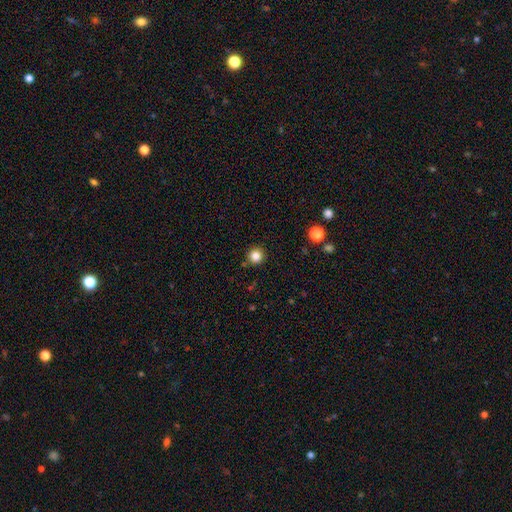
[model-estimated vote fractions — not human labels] Smooth or featured? Predicted: smooth (p=0.84). How rounded? Predicted: round (p=0.94). Merging? Predicted: none (p=0.90).